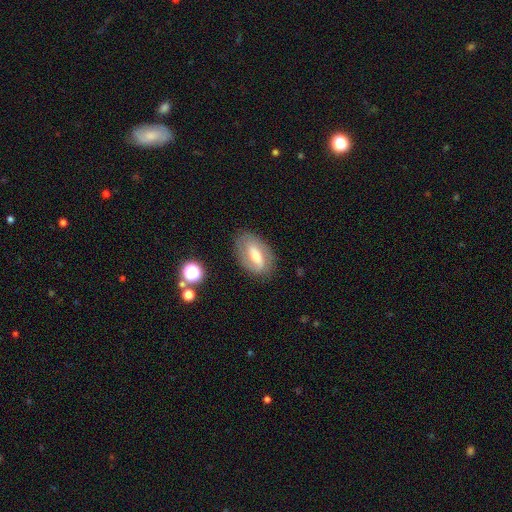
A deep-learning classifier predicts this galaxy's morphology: Smooth or featured?
  - featured or disk: 65% *
  - smooth: 27%
  - star or artifact: 8%
Edge-on disk?
  - no: 92% *
  - yes: 8%
Bar?
  - strong: 41% *
  - weak: 40%
  - no: 20%
Spiral arms?
  - yes: 75% *
  - no: 25%
Bulge size?
  - moderate: 61% *
  - small: 31%
  - large: 6%
  - none: 2%
  - dominant: 1%
Merging?
  - none: 80% *
  - minor disturbance: 14%
  - major disturbance: 5%
  - merger: 1%